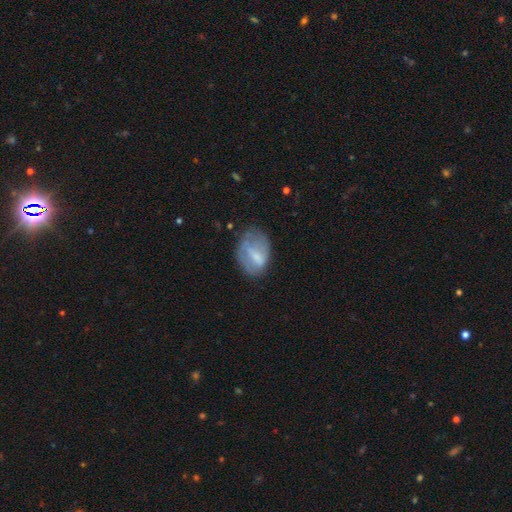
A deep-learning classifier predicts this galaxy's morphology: Smooth or featured?
  - smooth: 53% *
  - featured or disk: 39%
  - star or artifact: 8%
How rounded?
  - in between: 76% *
  - round: 23%
  - cigar-shaped: 2%
Merging?
  - none: 47% *
  - minor disturbance: 31%
  - major disturbance: 20%
  - merger: 2%